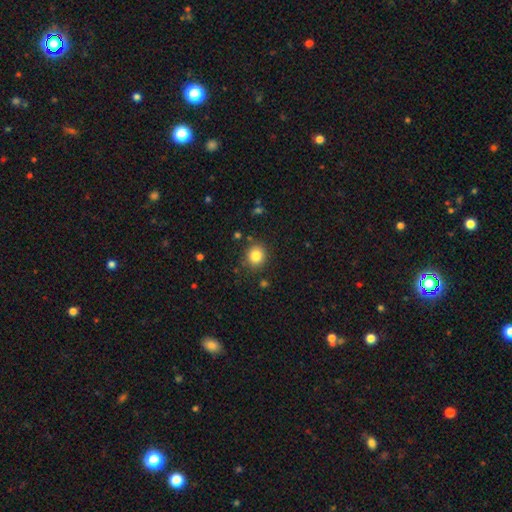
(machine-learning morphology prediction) Smooth or featured? Predicted: smooth (p=0.84). How rounded? Predicted: round (p=0.82). Merging? Predicted: none (p=0.86).